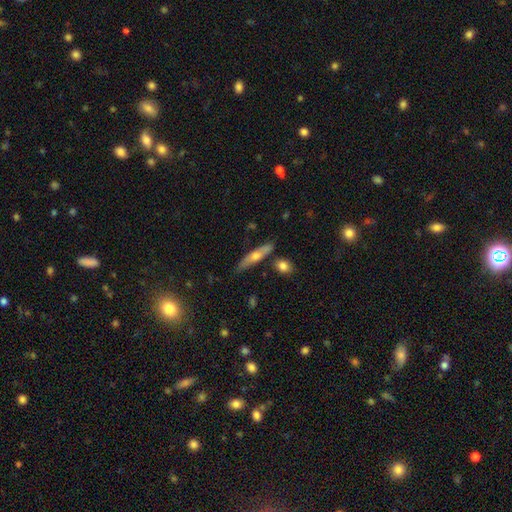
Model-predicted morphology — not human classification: Smooth or featured: smooth — 49% (featured or disk — 45%)
Merging: none — 75% (minor disturbance — 15%)